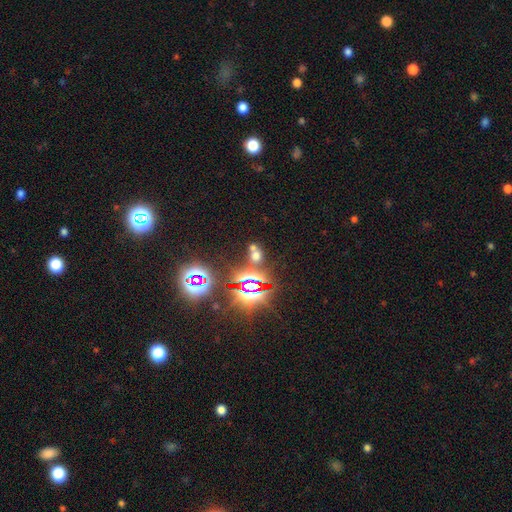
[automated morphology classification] star or artifact 49%, smooth 40%, featured or disk 11%.